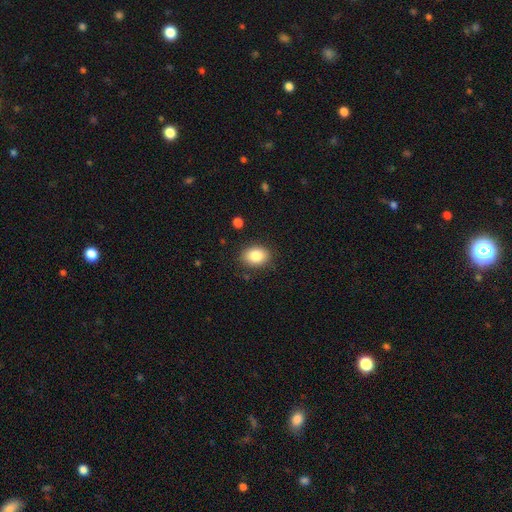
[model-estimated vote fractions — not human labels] smooth 85%, star or artifact 8%, featured or disk 7%. Down the decision tree: how rounded — in between (70%); merging — none (86%).